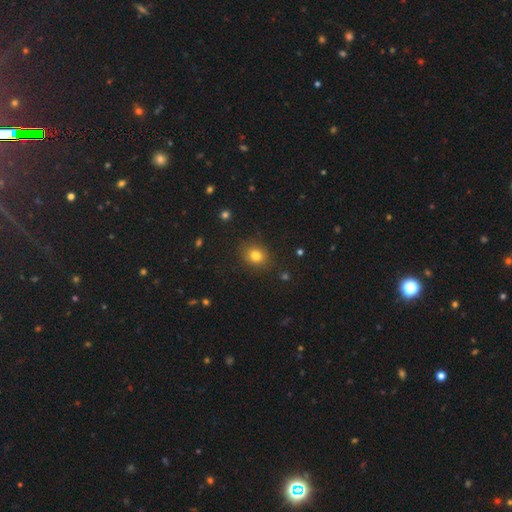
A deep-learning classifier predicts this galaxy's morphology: Smooth or featured?
  - smooth: 78% *
  - star or artifact: 13%
  - featured or disk: 8%
How rounded?
  - round: 63% *
  - in between: 36%
  - cigar-shaped: 1%
Merging?
  - none: 86% *
  - minor disturbance: 10%
  - major disturbance: 3%
  - merger: 1%